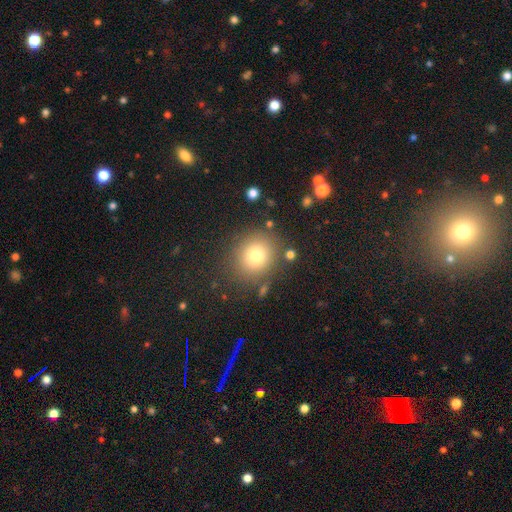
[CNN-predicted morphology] Overall: smooth (76%). How rounded: round (85%). Merging: none (82%).